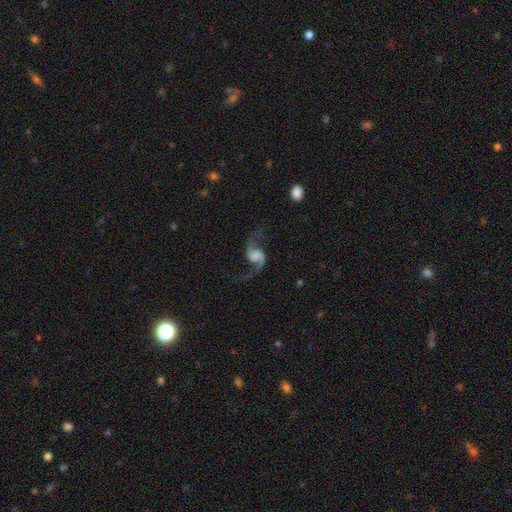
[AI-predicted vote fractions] smooth-or-featured: featured or disk: 91% | star or artifact: 5% | smooth: 4%
  disk-edge-on: no: 98% | yes: 2%
    bar: no: 55% | weak: 35% | strong: 10%
    has-spiral-arms: yes: 98% | no: 2%
      spiral-winding: loose: 81% | medium: 16% | tight: 3%
      spiral-arm-count: 2: 94% | 1: 2% | can't tell: 1% | 3: 1% | 4: 1% | more than 4: 1%
    bulge-size: none: 37% | large: 24% | moderate: 18% | small: 15% | dominant: 6%
  merging: none: 76% | minor disturbance: 12% | major disturbance: 9% | merger: 2%